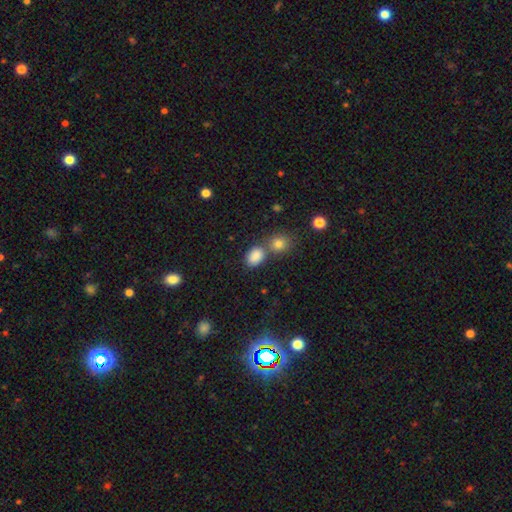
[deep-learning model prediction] Morphology: type=smooth (84%); roundness=in between (74%); merging=none (56%).